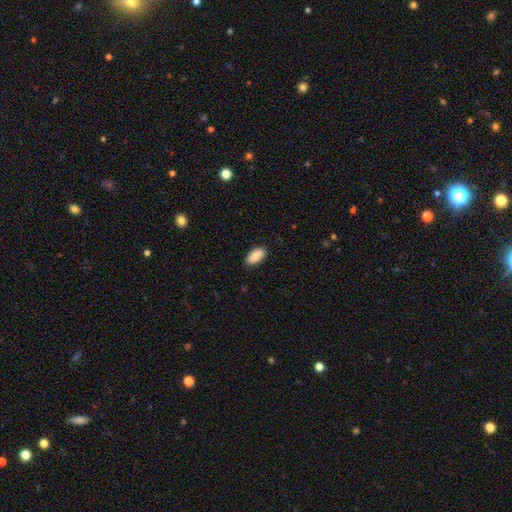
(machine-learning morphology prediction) smooth_or_featured: smooth (p=0.87) [alt: featured or disk p=0.06]
how_rounded: in between (p=0.90) [alt: cigar-shaped p=0.08]
merging: none (p=0.88) [alt: minor disturbance p=0.10]